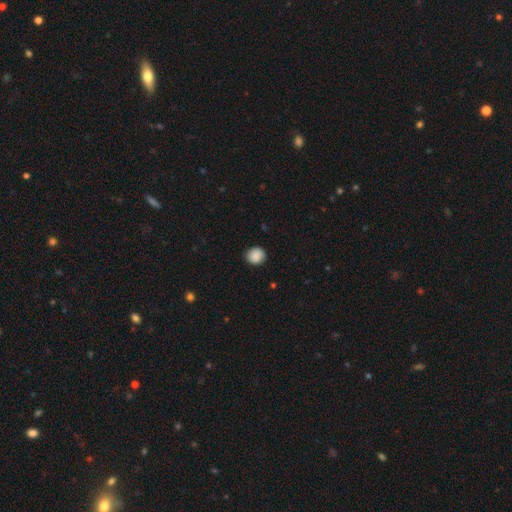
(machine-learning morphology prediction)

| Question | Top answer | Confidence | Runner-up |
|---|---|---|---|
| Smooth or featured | smooth | 89% | star or artifact (8%) |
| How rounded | round | 85% | in between (14%) |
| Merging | none | 87% | minor disturbance (10%) |